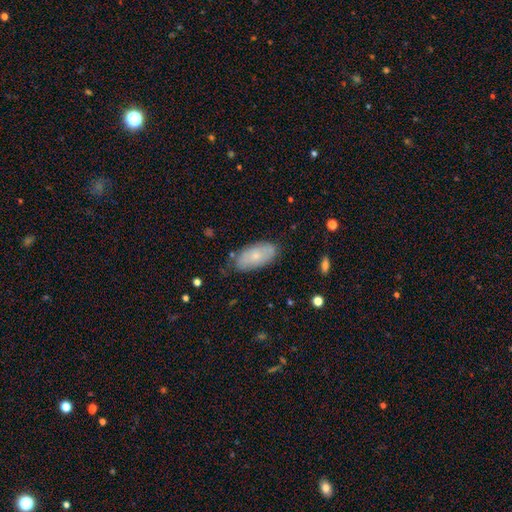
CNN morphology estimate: A smooth galaxy with no disk features (66%) that is in between round and cigar-shaped (93%). Merging: none (73%).